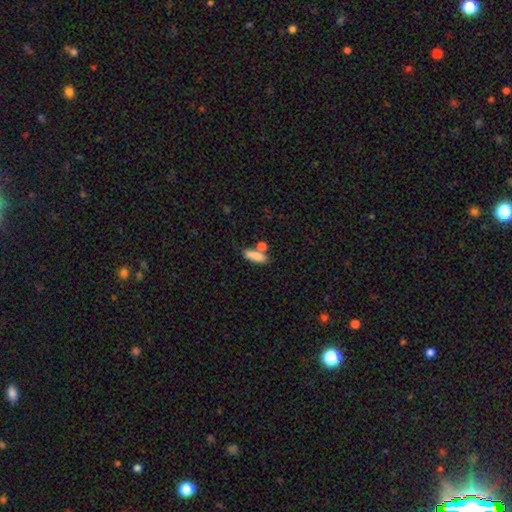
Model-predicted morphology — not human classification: This appears to be a smooth galaxy with no disk features (84%) that is in between round and cigar-shaped (62%). Merging: none (61%).